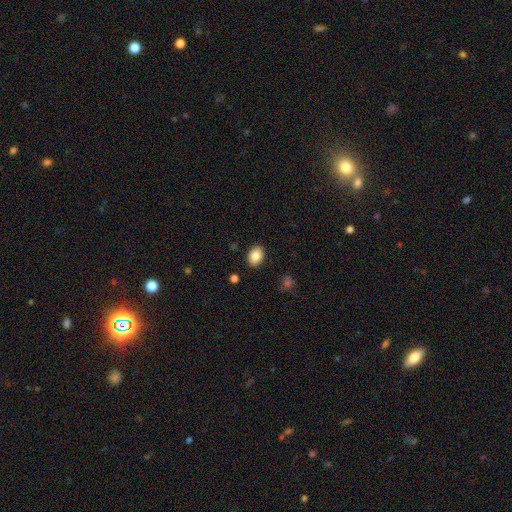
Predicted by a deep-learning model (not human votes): This appears to be a smooth galaxy with no disk features (85%) that is in between round and cigar-shaped (74%). Merging: none (89%).